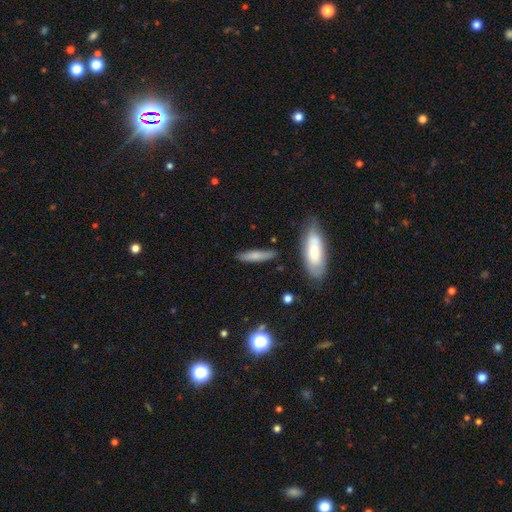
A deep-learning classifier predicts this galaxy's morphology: smooth 70%, featured or disk 23%, star or artifact 7%. Down the decision tree: how rounded — cigar-shaped (80%); merging — none (82%).